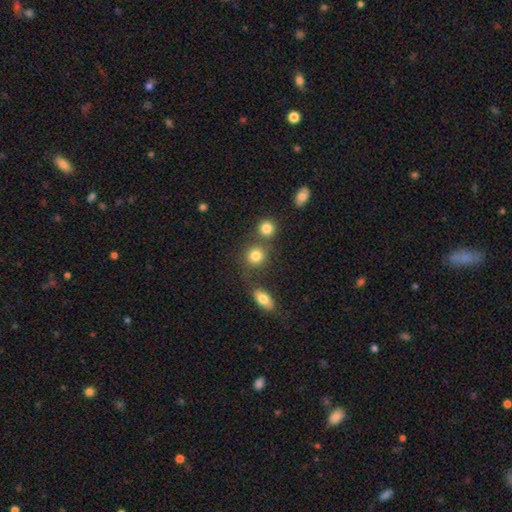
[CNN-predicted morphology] Smooth or featured: smooth — 82% (star or artifact — 11%)
How rounded: round — 85% (in between — 14%)
Merging: none — 66% (merger — 20%)